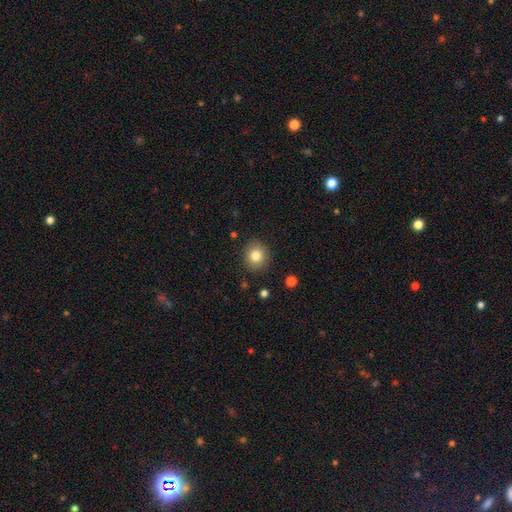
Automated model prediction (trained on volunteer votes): Smooth or featured? smooth (82%)
How rounded? round (84%)
Merging? none (89%)